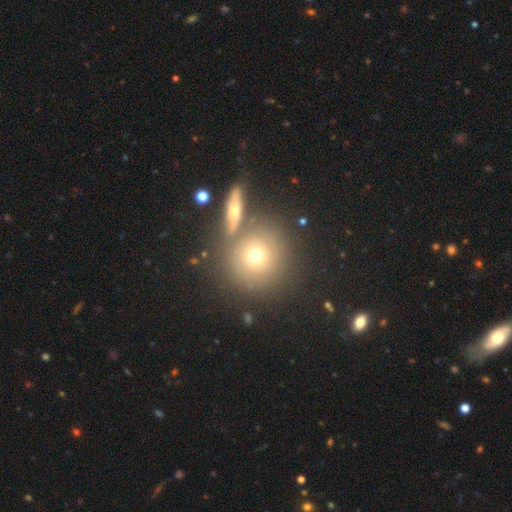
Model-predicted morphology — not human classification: type=smooth (66%); roundness=round (91%); merging=none (69%).